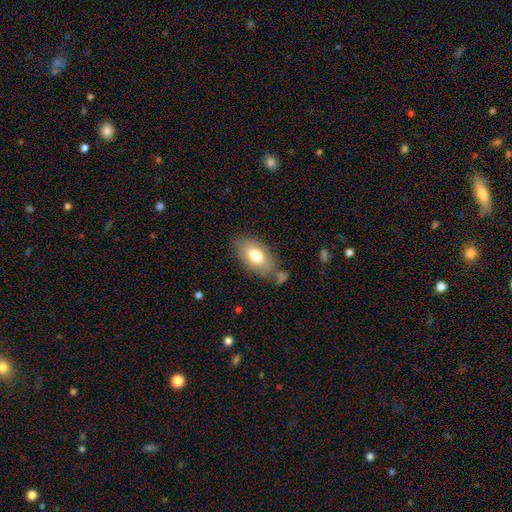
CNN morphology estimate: The model was most divided on "merging": none: 68%, minor disturbance: 18%, merger: 8%, major disturbance: 6%. More confident: how rounded — in between (92%); smooth or featured — smooth (74%).